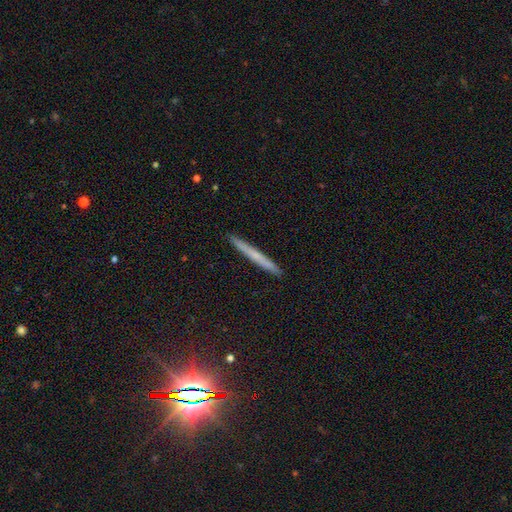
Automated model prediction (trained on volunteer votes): Smooth or featured: smooth — 52% (featured or disk — 39%)
How rounded: cigar-shaped — 97% (in between — 2%)
Merging: none — 92% (minor disturbance — 5%)